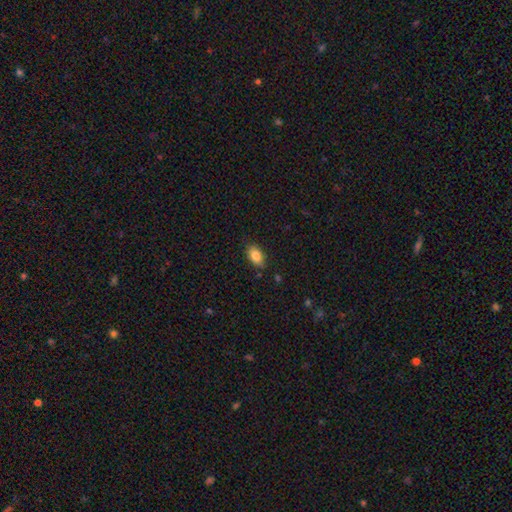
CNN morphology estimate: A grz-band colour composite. It shows a smooth galaxy with no disk features (84%) that is in between round and cigar-shaped (89%). Merging: none (81%).